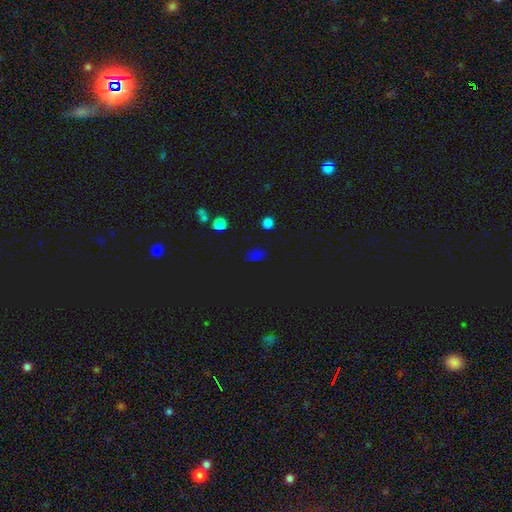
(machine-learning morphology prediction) star or artifact 48%, smooth 46%, featured or disk 6%.